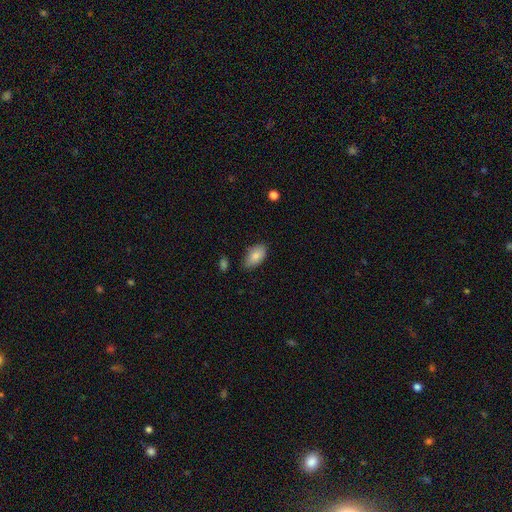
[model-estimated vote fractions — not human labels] Smooth or featured? smooth (84%)
How rounded? in between (94%)
Merging? none (80%)